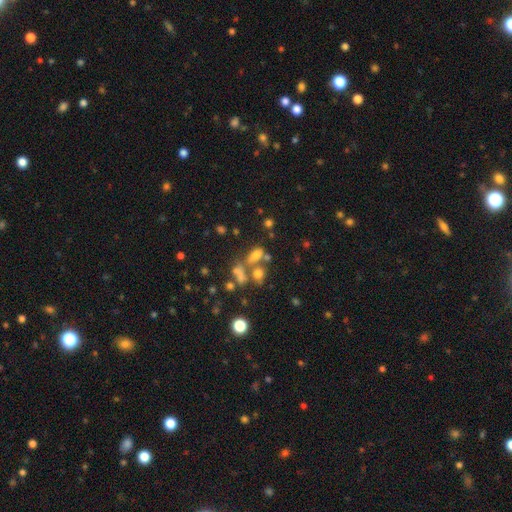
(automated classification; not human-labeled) Smooth or featured?
  - smooth: 54% *
  - star or artifact: 27%
  - featured or disk: 19%
How rounded?
  - in between: 67% *
  - round: 25%
  - cigar-shaped: 8%
Merging?
  - none: 41% *
  - merger: 39%
  - minor disturbance: 11%
  - major disturbance: 9%